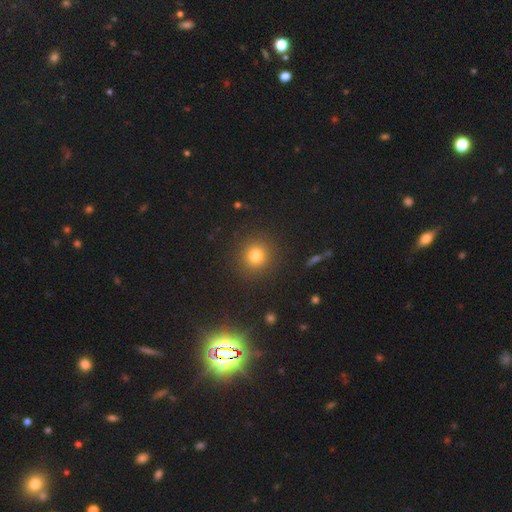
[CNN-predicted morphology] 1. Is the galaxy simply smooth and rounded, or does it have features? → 77% smooth, 16% star or artifact, 7% featured or disk.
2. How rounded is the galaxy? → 92% round, 7% in between, 1% cigar-shaped.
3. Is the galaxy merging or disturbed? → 90% none, 6% minor disturbance, 3% major disturbance, 2% merger.